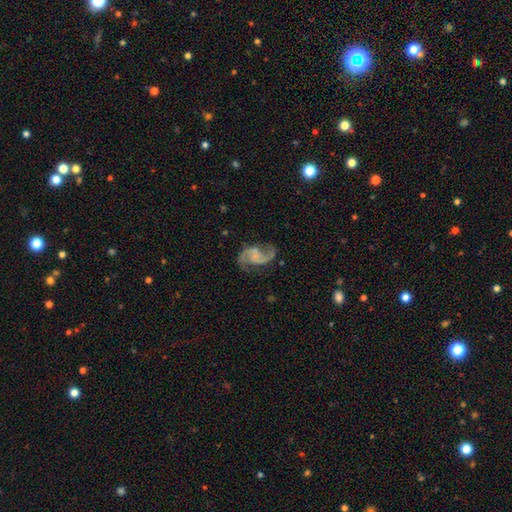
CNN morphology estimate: Overall: featured or disk (89%). Edge-on disk: no (98%). Bar: no (54%; weak 37%). Spiral arms: yes (97%). Spiral arm count: 2 (94%). Spiral winding: loose (51%; medium 41%). Bulge size: none (56%; small 30%). Merging: none (74%).